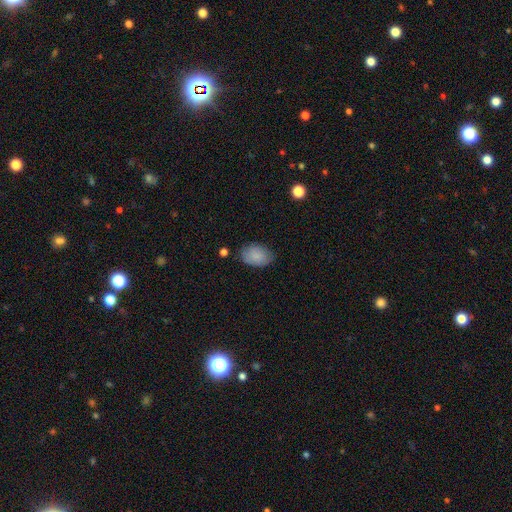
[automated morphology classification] Overall: smooth (86%). How rounded: in between (88%). Merging: none (76%).